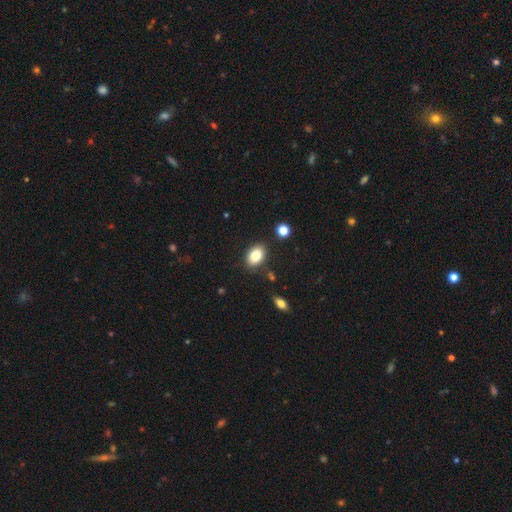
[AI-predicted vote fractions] Smooth or featured? Predicted: smooth (p=0.83). How rounded? Predicted: in between (p=0.86). Merging? Predicted: none (p=0.85).